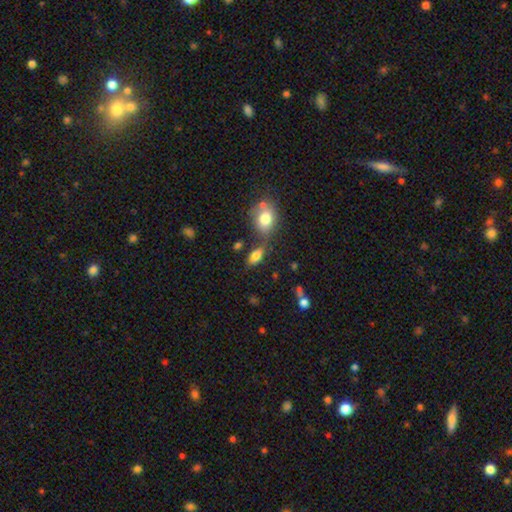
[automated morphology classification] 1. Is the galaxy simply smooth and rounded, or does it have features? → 77% smooth, 13% featured or disk, 10% star or artifact.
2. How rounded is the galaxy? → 86% in between, 7% round, 7% cigar-shaped.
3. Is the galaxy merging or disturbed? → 60% none, 19% merger, 15% minor disturbance, 6% major disturbance.